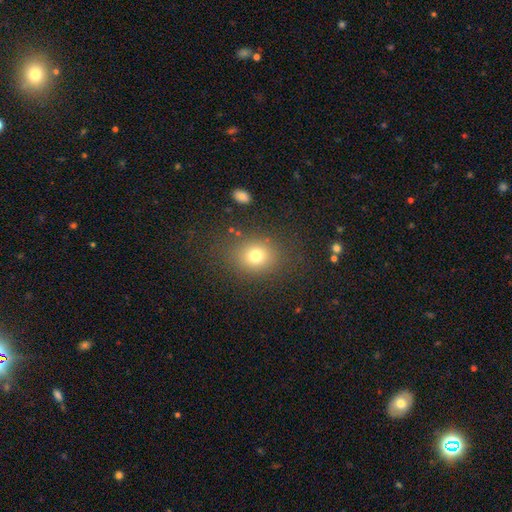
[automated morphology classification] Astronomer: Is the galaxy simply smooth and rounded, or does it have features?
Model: smooth — 75%.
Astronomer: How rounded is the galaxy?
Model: round — 63%.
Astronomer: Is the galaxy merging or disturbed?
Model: none — 81%.